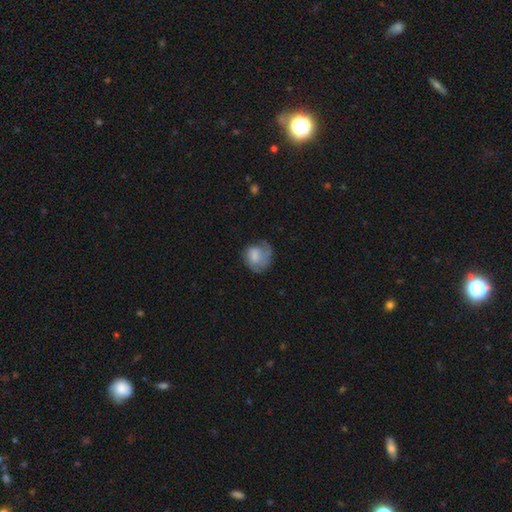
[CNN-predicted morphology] smooth 63%, featured or disk 30%, star or artifact 7%. Down the decision tree: how rounded — round (69%); merging — none (45%).